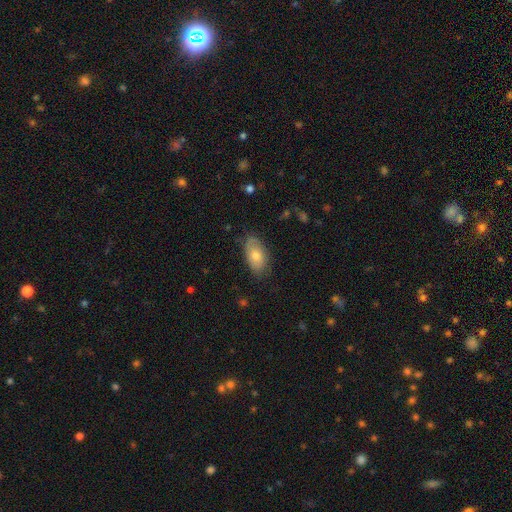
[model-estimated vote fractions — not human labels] Smooth or featured? smooth (67%)
How rounded? in between (93%)
Merging? none (75%)